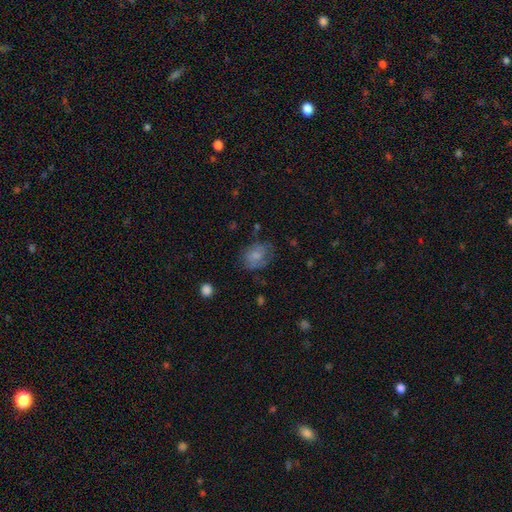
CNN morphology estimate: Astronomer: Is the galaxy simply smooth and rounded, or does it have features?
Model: smooth — 65%.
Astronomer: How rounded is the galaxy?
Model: in between — 58% (runner-up: round, 41%).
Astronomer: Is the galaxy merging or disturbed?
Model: none — 60%.